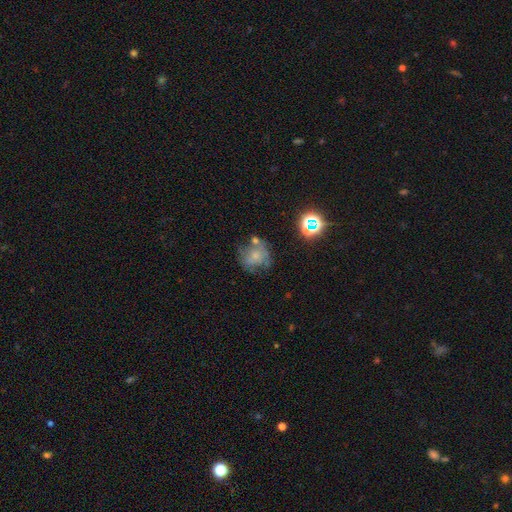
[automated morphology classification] Smooth or featured?
  - smooth: 48% *
  - featured or disk: 35%
  - star or artifact: 17%
Merging?
  - none: 45% *
  - minor disturbance: 24%
  - major disturbance: 18%
  - merger: 12%